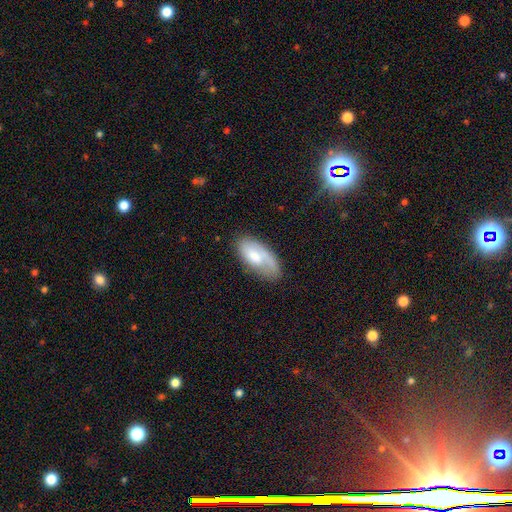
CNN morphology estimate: smooth-or-featured: smooth: 54% | featured or disk: 39% | star or artifact: 6%
  how-rounded: in between: 92% | cigar-shaped: 5% | round: 3%
  merging: none: 60% | minor disturbance: 25% | major disturbance: 12% | merger: 3%